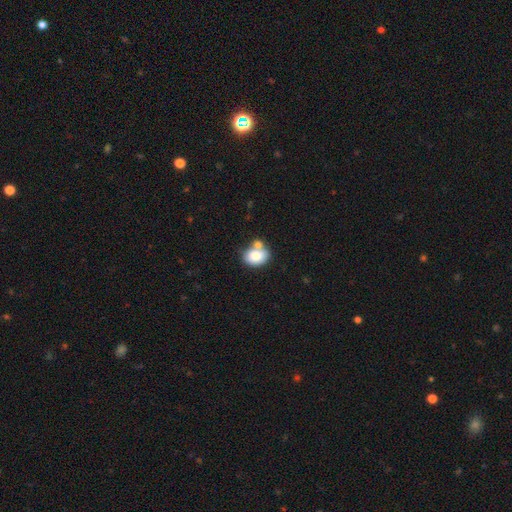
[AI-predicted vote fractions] Smooth or featured? smooth (78%)
How rounded? in between (66%)
Merging? none (49%)